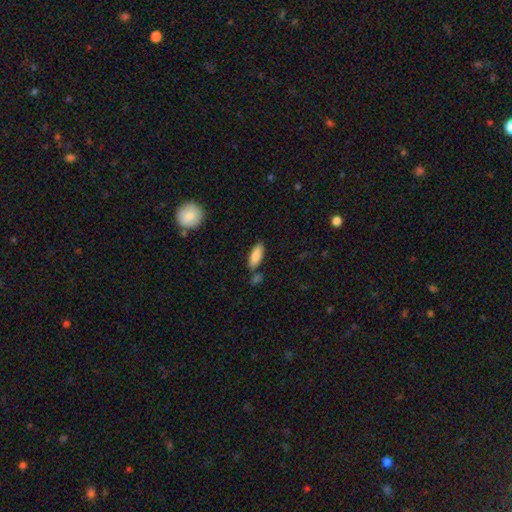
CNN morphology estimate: Smooth or featured? smooth (86%)
How rounded? in between (75%)
Merging? none (78%)